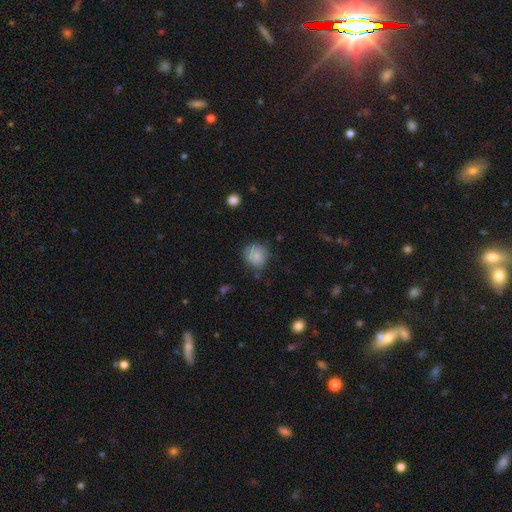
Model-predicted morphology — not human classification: Smooth or featured?
  - smooth: 86% *
  - star or artifact: 8%
  - featured or disk: 6%
How rounded?
  - round: 84% *
  - in between: 15%
  - cigar-shaped: 1%
Merging?
  - none: 77% *
  - minor disturbance: 17%
  - major disturbance: 4%
  - merger: 2%